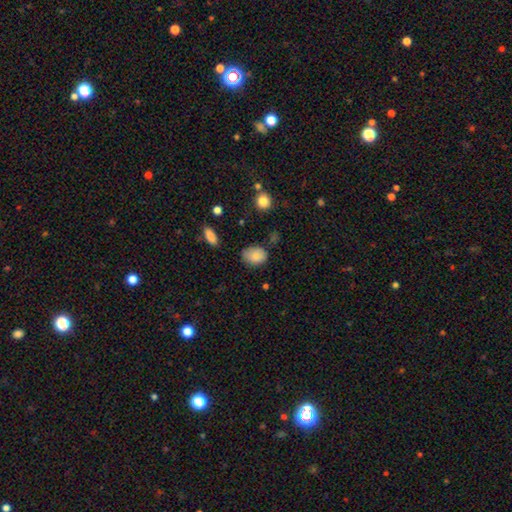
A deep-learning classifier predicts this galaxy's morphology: A smooth galaxy with no disk features (84%) that is in between round and cigar-shaped (72%).

Vote fractions:
- Smooth or featured? smooth: 84% / star or artifact: 9% / featured or disk: 8%
- How rounded? in between: 72% / round: 27% / cigar-shaped: 1%
- Merging? none: 69% / minor disturbance: 24% / major disturbance: 5% / merger: 3%